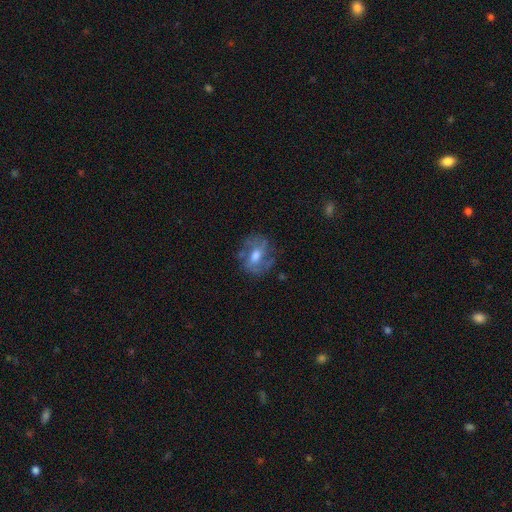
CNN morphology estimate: Smooth or featured: featured or disk — 65% (smooth — 26%)
Edge-on disk: no — 96% (yes — 4%)
Bar: weak — 43% (no — 42%)
Spiral arms: yes — 72% (no — 28%)
Bulge size: moderate — 62% (large — 19%)
Merging: none — 63% (minor disturbance — 21%)